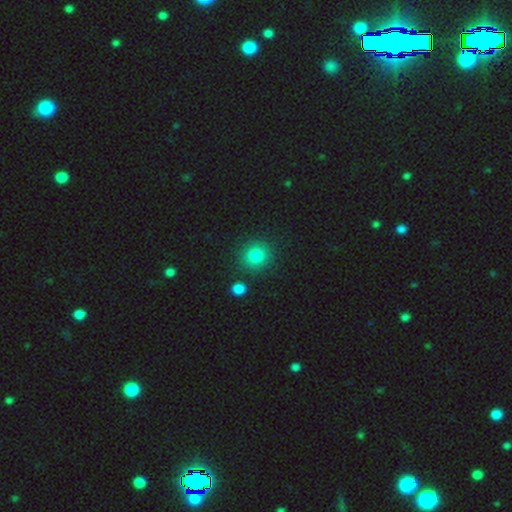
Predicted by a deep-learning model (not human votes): Smooth or featured? Predicted: smooth (p=0.83). How rounded? Predicted: round (p=0.88). Merging? Predicted: none (p=0.85).